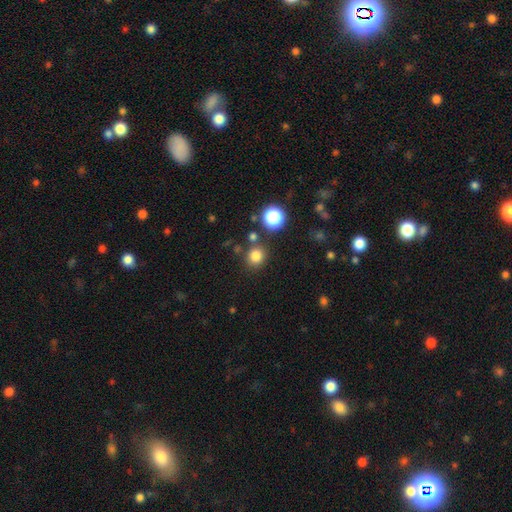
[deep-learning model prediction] The model was most divided on "smooth or featured": smooth: 80%, star or artifact: 15%, featured or disk: 5%. More confident: how rounded — round (87%); merging — none (80%).